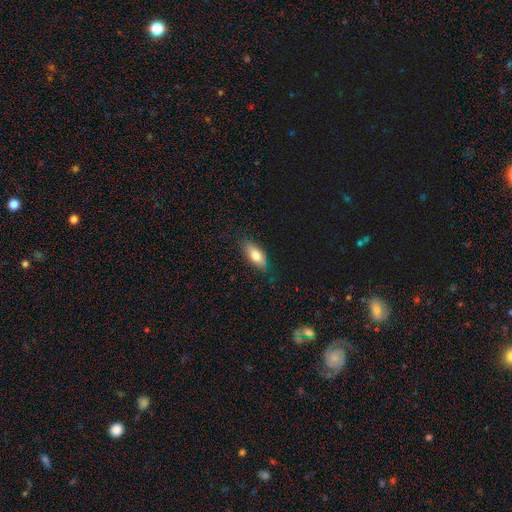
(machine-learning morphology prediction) Q: Smooth or featured?
A: smooth (78%); runner-up: featured or disk (15%)
Q: How rounded?
A: in between (82%); runner-up: cigar-shaped (16%)
Q: Merging?
A: none (81%); runner-up: minor disturbance (15%)